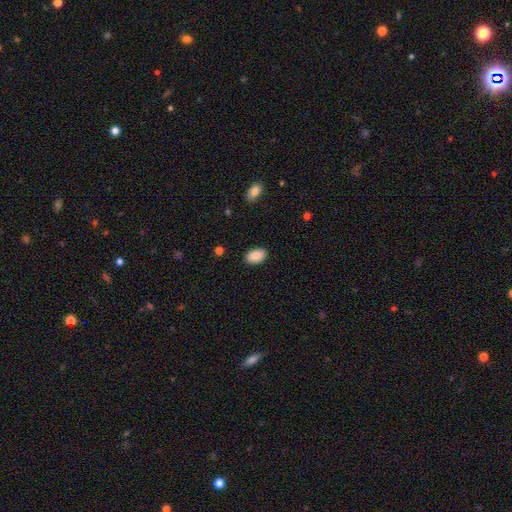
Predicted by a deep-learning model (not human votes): Smooth or featured? Predicted: smooth (p=0.88). How rounded? Predicted: in between (p=0.93). Merging? Predicted: none (p=0.89).